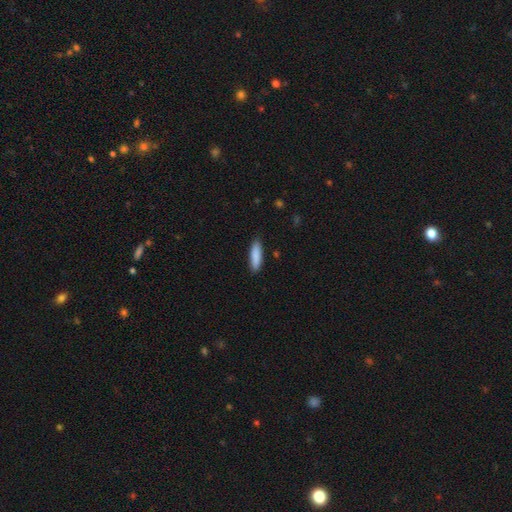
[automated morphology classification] This appears to be a smooth galaxy with no disk features (87%) that is cigar-shaped (68%). Merging: none (88%).